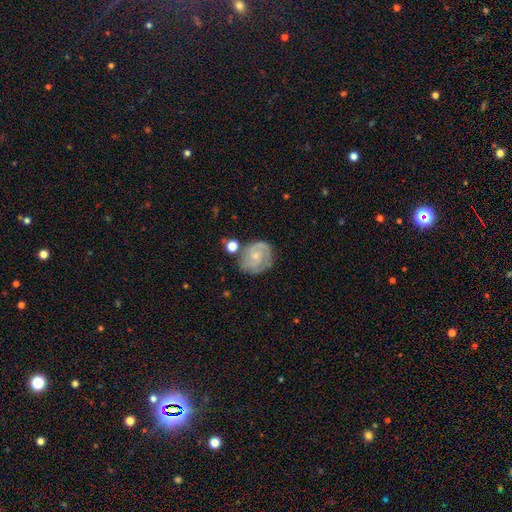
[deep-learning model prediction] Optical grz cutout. It shows a featured or disk galaxy (73%) with no bar (68%), 2 (48%) tight (56%) spiral arms (91%) and a small central bulge (70%). Merging: none (66%).